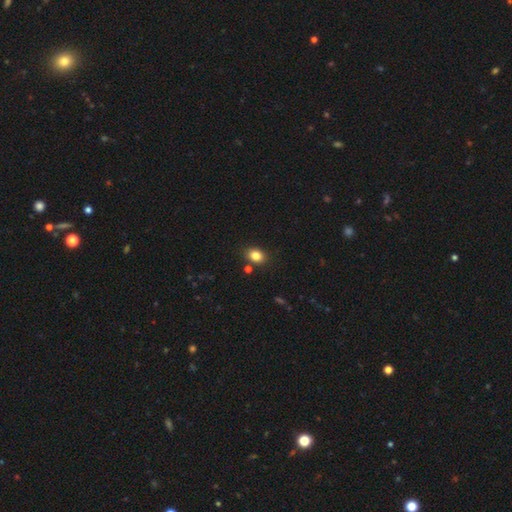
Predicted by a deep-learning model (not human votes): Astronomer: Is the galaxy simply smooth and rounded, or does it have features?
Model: smooth — 83%.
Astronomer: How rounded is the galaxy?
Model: in between — 60% (runner-up: round, 39%).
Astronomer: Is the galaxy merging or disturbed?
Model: none — 84%.